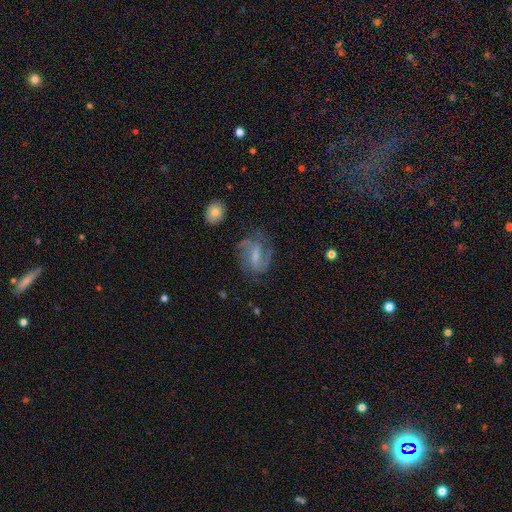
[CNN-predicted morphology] This is likely a featured or disk galaxy (71%). It is clearly not viewed edge-on (95%). Bar: possibly weak (48%). Spiral arm pattern: clearly yes (87%). Spiral arm count: likely 2 (63%). Spiral winding: possibly medium (48%). Central bulge: marginally small (34%). Merging: likely none (60%).